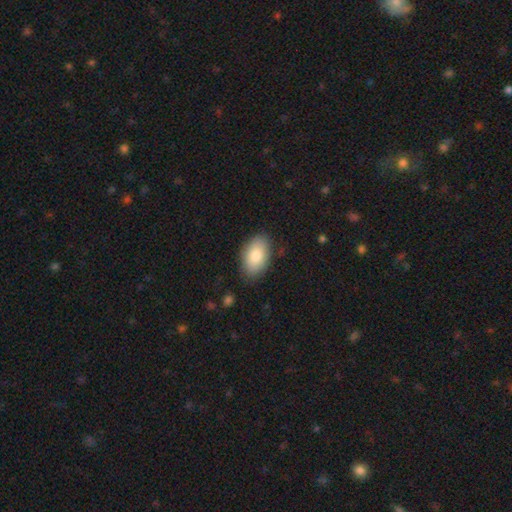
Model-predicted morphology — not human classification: The model was most divided on "merging": none: 83%, minor disturbance: 13%, major disturbance: 3%, merger: 1%. More confident: how rounded — in between (94%); smooth or featured — smooth (85%).